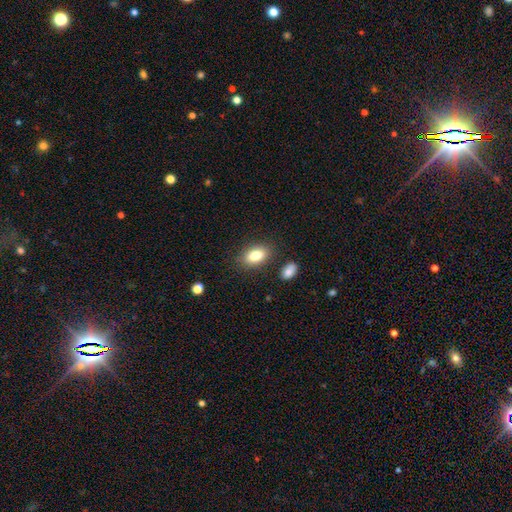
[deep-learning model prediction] smooth-or-featured: smooth: 82% | featured or disk: 10% | star or artifact: 8%
  how-rounded: in between: 89% | round: 8% | cigar-shaped: 3%
  merging: none: 83% | minor disturbance: 10% | merger: 4% | major disturbance: 3%